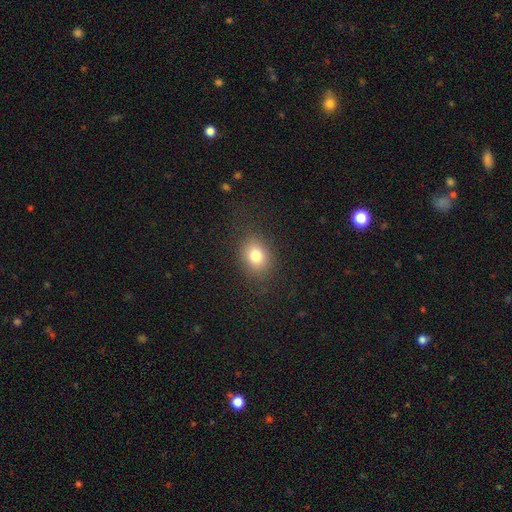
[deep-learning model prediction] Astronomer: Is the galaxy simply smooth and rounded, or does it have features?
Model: smooth — 79%.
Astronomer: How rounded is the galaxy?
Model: in between — 57% (runner-up: round, 42%).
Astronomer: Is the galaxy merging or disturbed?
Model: none — 83%.